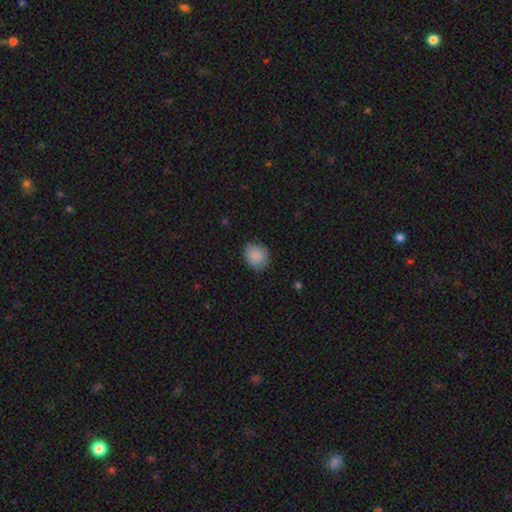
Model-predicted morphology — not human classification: A smooth galaxy with no disk features (87%) that is round (66%). Merging: none (79%).